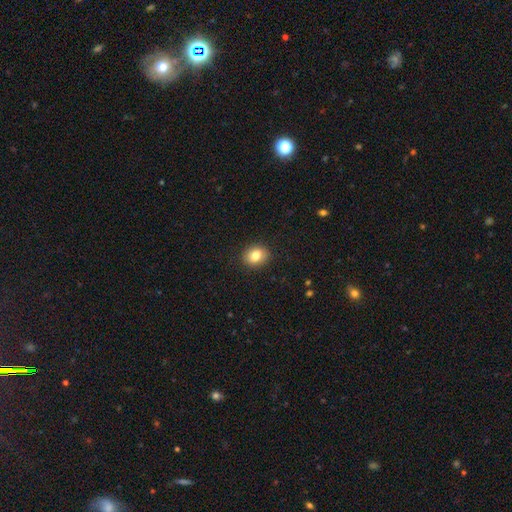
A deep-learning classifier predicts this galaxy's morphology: This is clearly a smooth galaxy (81%). How rounded: likely round (60%). Merging: clearly none (90%).